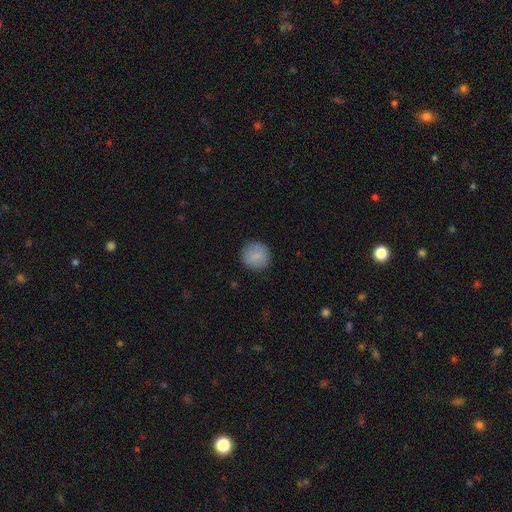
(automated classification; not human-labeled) A smooth galaxy with no disk features (85%) that is round (93%).

Vote fractions:
- Smooth or featured? smooth: 85% / featured or disk: 8% / star or artifact: 7%
- How rounded? round: 93% / in between: 6% / cigar-shaped: 1%
- Merging? none: 90% / minor disturbance: 7% / major disturbance: 2% / merger: 1%